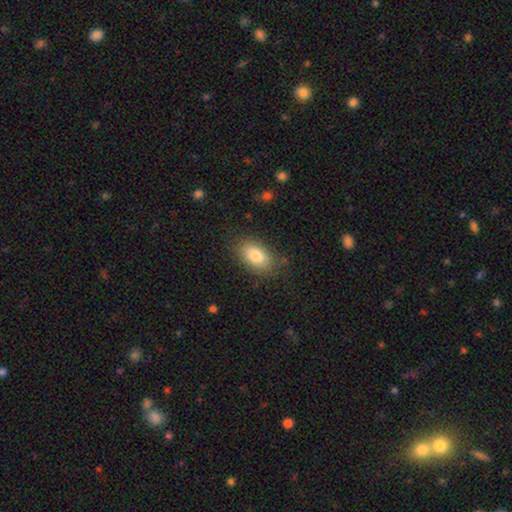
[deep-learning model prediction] The model was most divided on "merging": none: 81%, minor disturbance: 14%, major disturbance: 4%, merger: 1%. More confident: how rounded — in between (91%); smooth or featured — smooth (83%).